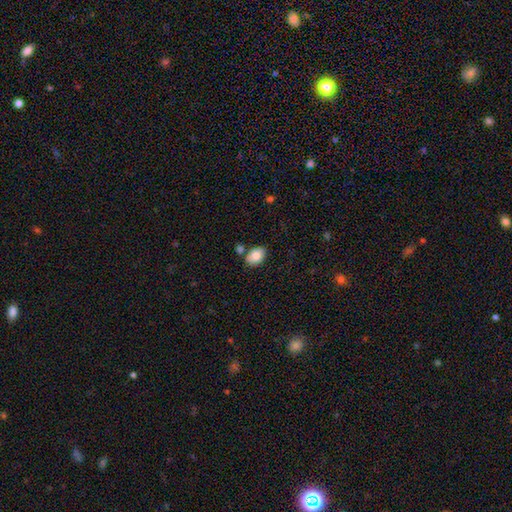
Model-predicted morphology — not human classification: Smooth or featured? smooth (85%)
How rounded? in between (84%)
Merging? none (68%)